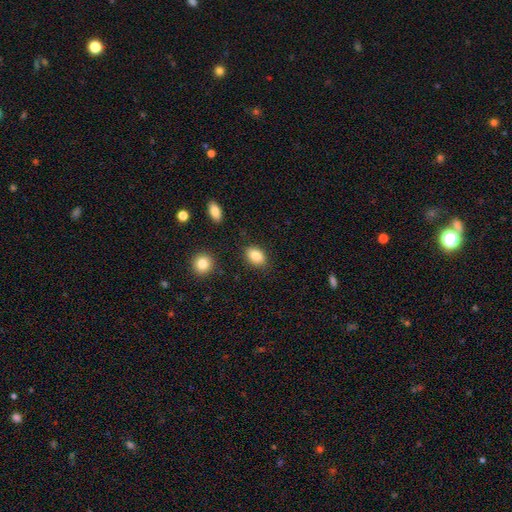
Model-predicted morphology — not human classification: smooth 86%, star or artifact 8%, featured or disk 6%. Down the decision tree: how rounded — in between (83%); merging — none (84%).